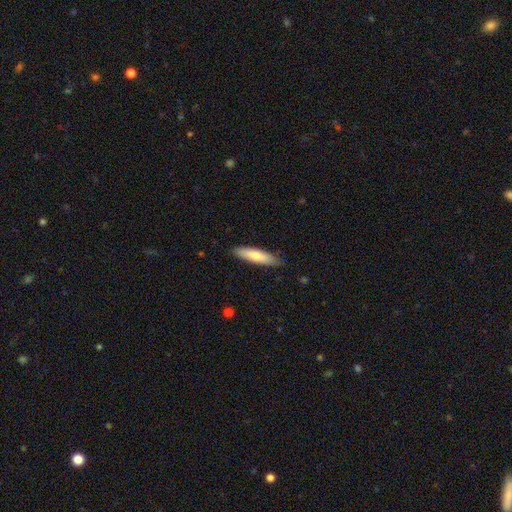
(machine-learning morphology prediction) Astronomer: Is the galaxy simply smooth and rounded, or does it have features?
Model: smooth — 76%.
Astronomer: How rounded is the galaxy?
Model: cigar-shaped — 72%.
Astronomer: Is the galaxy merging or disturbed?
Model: none — 86%.